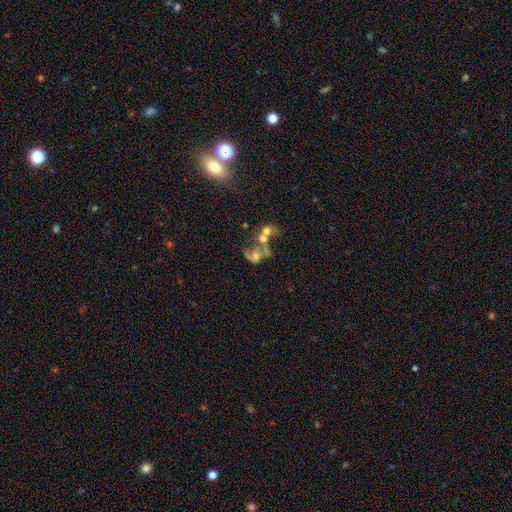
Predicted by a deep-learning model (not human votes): This is possibly a featured or disk galaxy (53%). It is clearly not viewed edge-on (97%). Bar: clearly no (82%). Spiral arm pattern: possibly no (59%). Central bulge: marginally moderate (43%). Merging: possibly merger (54%).